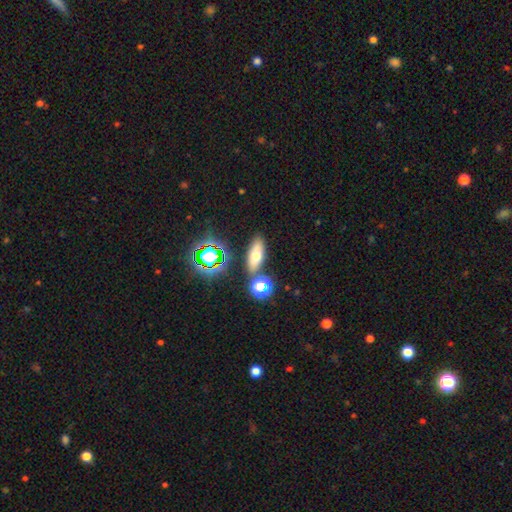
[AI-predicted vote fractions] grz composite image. It shows a smooth galaxy with no disk features (58%) that is in between round and cigar-shaped (69%). Merging: none (79%).